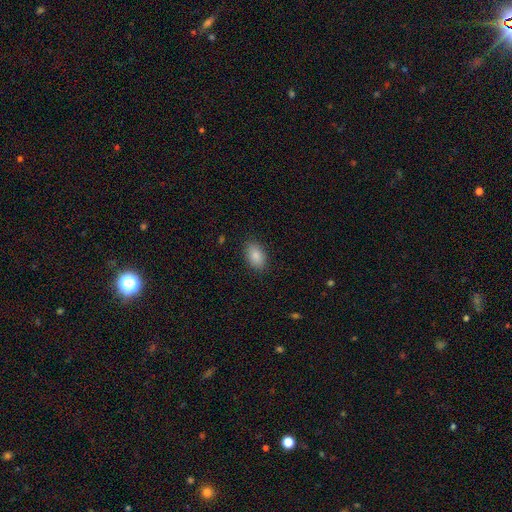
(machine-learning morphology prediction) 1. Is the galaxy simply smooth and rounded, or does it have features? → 87% smooth, 8% star or artifact, 6% featured or disk.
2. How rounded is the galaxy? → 90% in between, 8% round, 1% cigar-shaped.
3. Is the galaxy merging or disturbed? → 87% none, 10% minor disturbance, 3% major disturbance, 1% merger.